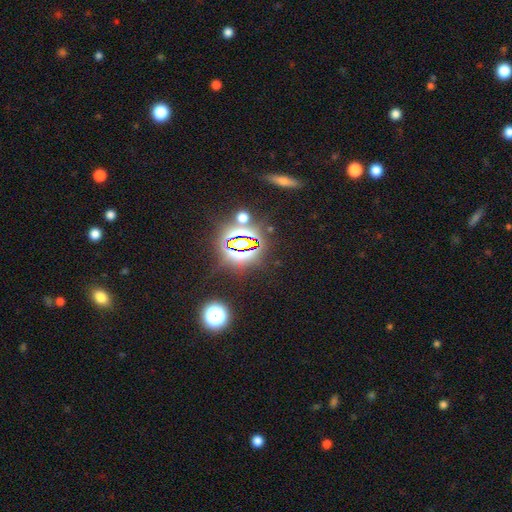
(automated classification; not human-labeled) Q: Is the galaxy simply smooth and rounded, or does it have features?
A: star or artifact — 78%.